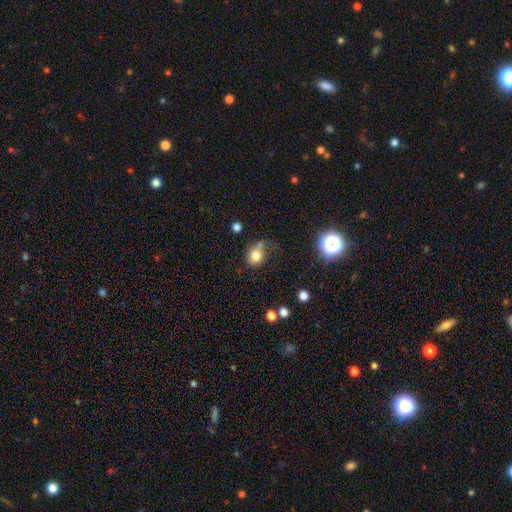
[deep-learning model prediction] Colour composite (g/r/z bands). It shows a smooth galaxy with no disk features (78%) that is round (65%). Merging: none (44%).